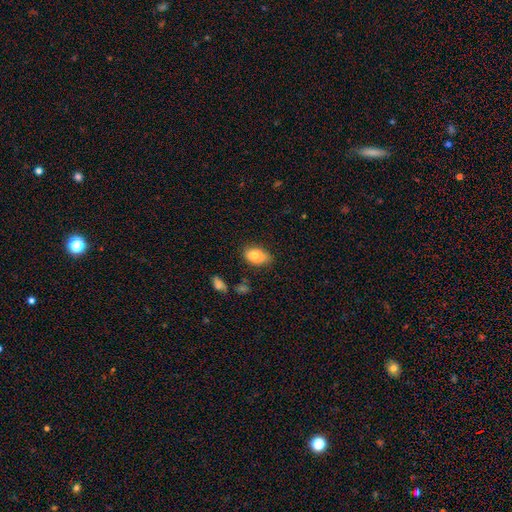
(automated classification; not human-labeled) Overall: smooth (82%). How rounded: in between (89%). Merging: none (67%).